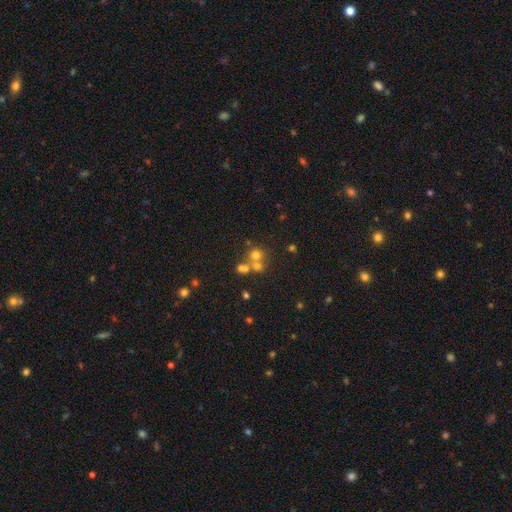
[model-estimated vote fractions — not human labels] The model was most divided on "merging" (2-way tie): none: 44%, merger: 44%, minor disturbance: 7%, major disturbance: 5%. More confident: how rounded — round (85%); smooth or featured — smooth (57%).